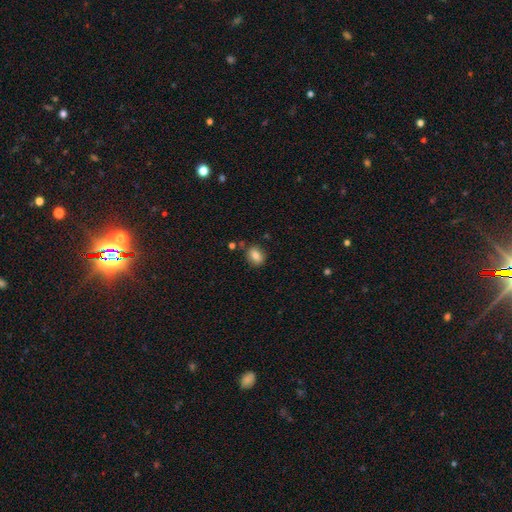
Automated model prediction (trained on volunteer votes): smooth_or_featured: smooth (p=0.82) [alt: star or artifact p=0.09]
how_rounded: in between (p=0.63) [alt: round p=0.36]
merging: none (p=0.78) [alt: minor disturbance p=0.13]